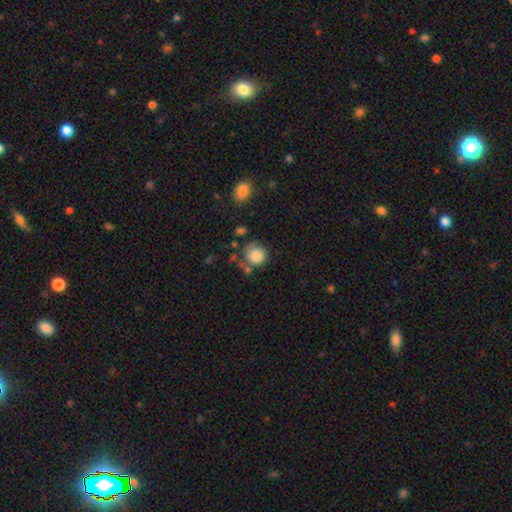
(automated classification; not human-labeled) This appears to be a smooth galaxy with no disk features (79%) that is round (82%). Merging: none (48%).